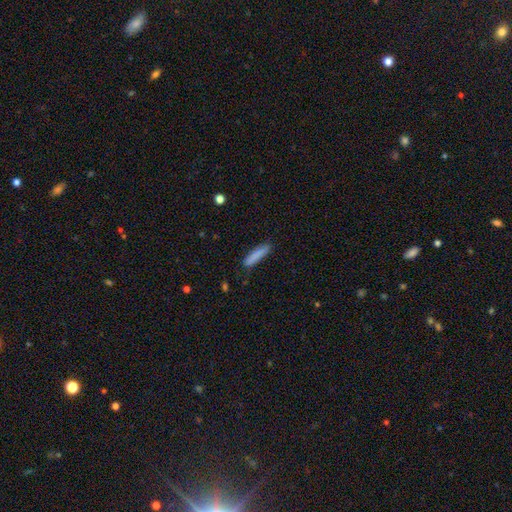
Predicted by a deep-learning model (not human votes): Q: Smooth or featured?
A: smooth (85%); runner-up: featured or disk (8%)
Q: How rounded?
A: cigar-shaped (82%); runner-up: in between (17%)
Q: Merging?
A: none (84%); runner-up: minor disturbance (12%)